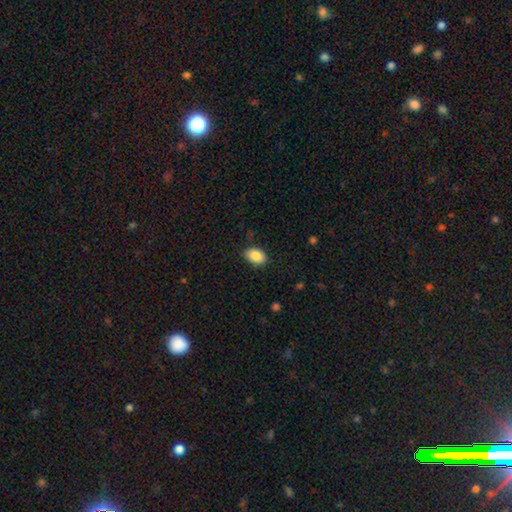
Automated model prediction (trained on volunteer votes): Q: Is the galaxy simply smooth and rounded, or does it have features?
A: smooth — 88%.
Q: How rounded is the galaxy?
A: in between — 86%.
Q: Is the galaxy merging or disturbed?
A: none — 83%.